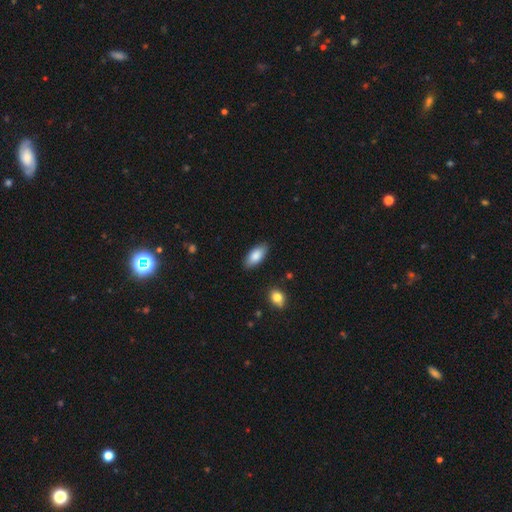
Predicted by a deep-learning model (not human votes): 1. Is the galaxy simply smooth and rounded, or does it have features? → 86% smooth, 8% featured or disk, 6% star or artifact.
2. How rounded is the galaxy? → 88% in between, 10% cigar-shaped, 2% round.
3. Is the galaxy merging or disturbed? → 87% none, 10% minor disturbance, 2% major disturbance, 1% merger.